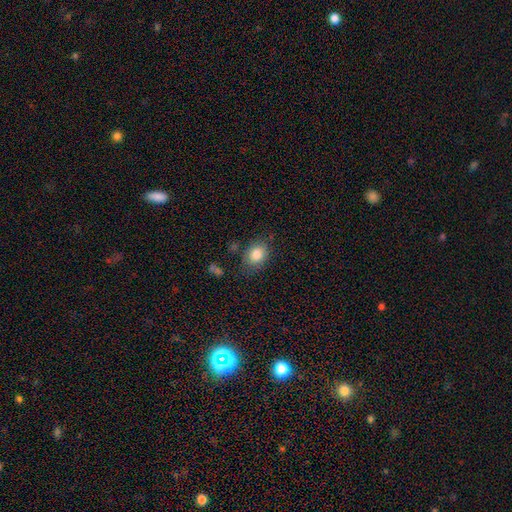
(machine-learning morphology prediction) smooth-or-featured: smooth: 82% | star or artifact: 9% | featured or disk: 9%
  how-rounded: in between: 65% | round: 34% | cigar-shaped: 1%
  merging: none: 76% | minor disturbance: 16% | major disturbance: 5% | merger: 3%